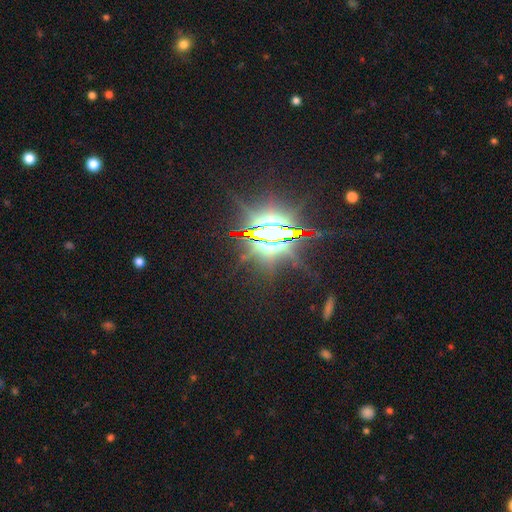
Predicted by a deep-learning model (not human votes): This appears to be a star or artifact, not a galaxy (86%).